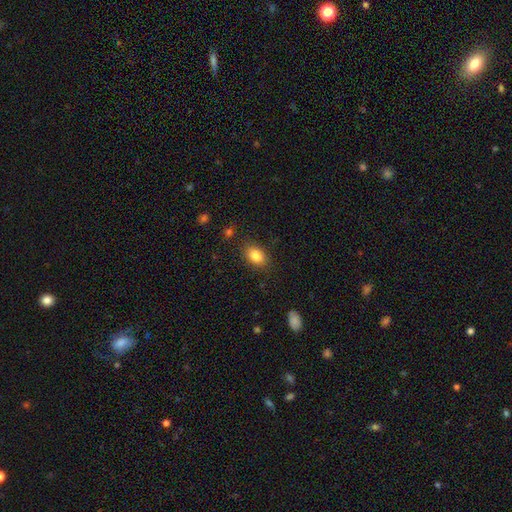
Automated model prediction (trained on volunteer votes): The model was most divided on "how rounded": in between: 79%, round: 20%, cigar-shaped: 1%. More confident: merging — none (86%); smooth or featured — smooth (83%).